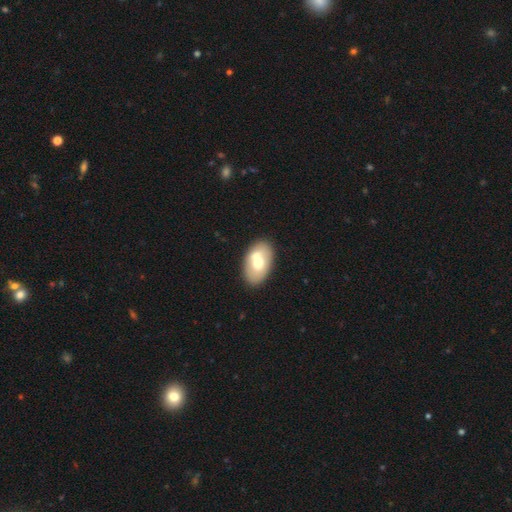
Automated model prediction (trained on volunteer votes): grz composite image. It shows a smooth galaxy with no disk features (61%) that is in between round and cigar-shaped (92%). Merging: none (65%).